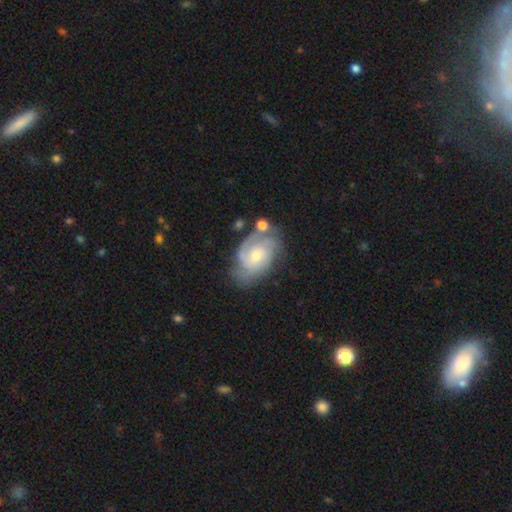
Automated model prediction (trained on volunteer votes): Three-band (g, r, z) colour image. It shows a featured or disk galaxy (80%) with no bar (62%), 2 (40%) tight (54%) spiral arms (94%) and a small central bulge (47%). Merging: none (61%).